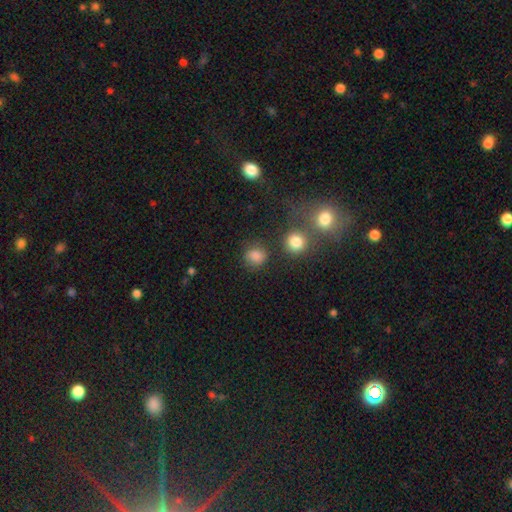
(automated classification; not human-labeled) Smooth or featured: smooth — 80% (star or artifact — 14%)
How rounded: round — 74% (in between — 25%)
Merging: none — 73% (minor disturbance — 14%)